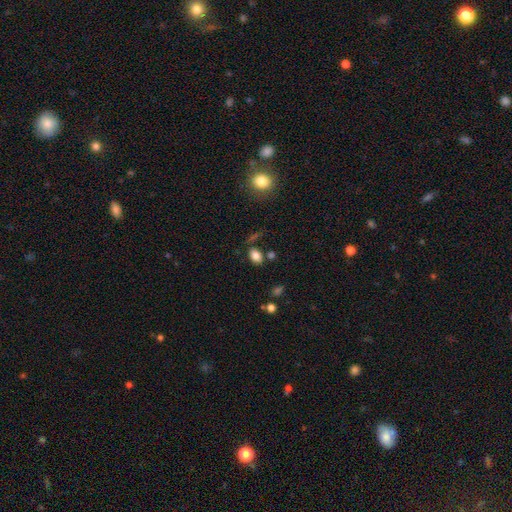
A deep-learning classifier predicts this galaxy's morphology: type=smooth (82%); roundness=in between (82%); merging=none (71%).